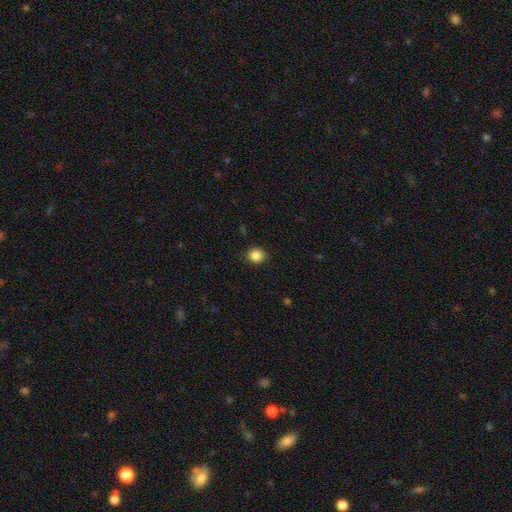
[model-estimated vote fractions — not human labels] Overall: smooth (86%). How rounded: round (78%). Merging: none (87%).